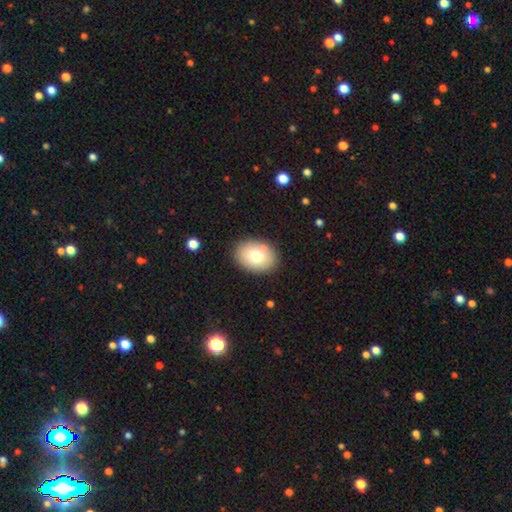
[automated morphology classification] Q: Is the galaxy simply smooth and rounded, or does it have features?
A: smooth — 75%.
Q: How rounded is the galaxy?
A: in between — 73%.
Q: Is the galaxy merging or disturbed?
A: none — 84%.